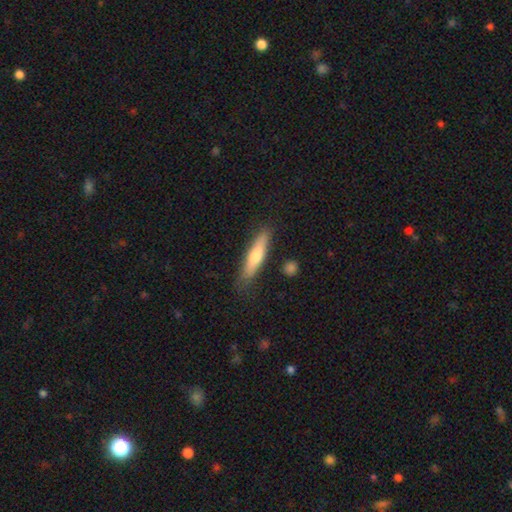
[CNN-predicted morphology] type=smooth (60%); roundness=cigar-shaped (82%); merging=none (82%).